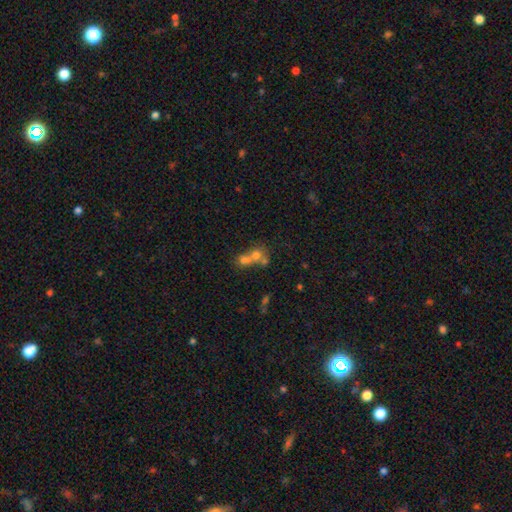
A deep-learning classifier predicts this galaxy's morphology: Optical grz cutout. It shows a smooth galaxy with no disk features (59%) that is round (72%). Merging: merger (65%).